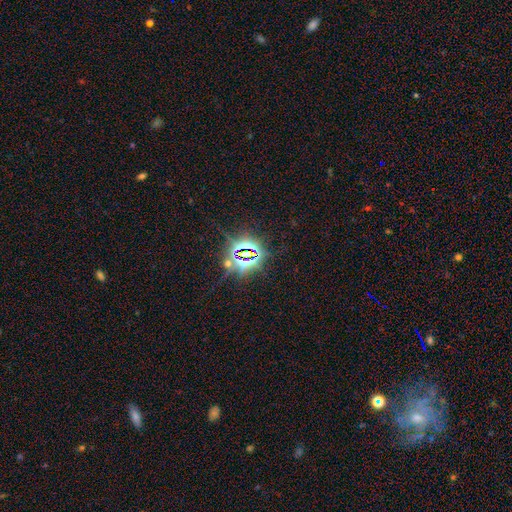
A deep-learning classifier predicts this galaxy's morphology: A star or artifact, not a galaxy (83%).

Vote fractions:
- Smooth or featured? star or artifact: 83% / smooth: 9% / featured or disk: 8%